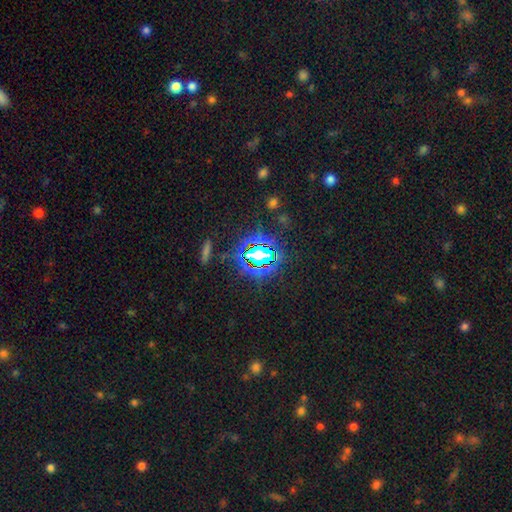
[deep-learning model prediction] Q: Smooth or featured?
A: star or artifact (79%); runner-up: smooth (14%)